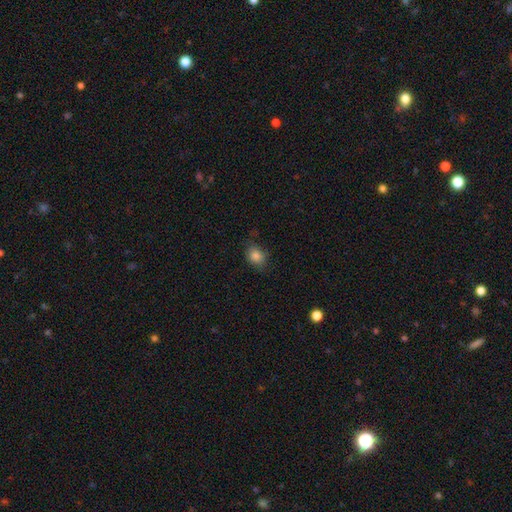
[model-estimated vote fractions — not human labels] smooth_or_featured: smooth (p=0.85) [alt: star or artifact p=0.10]
how_rounded: round (p=0.50) [alt: in between p=0.49]
merging: none (p=0.75) [alt: minor disturbance p=0.19]